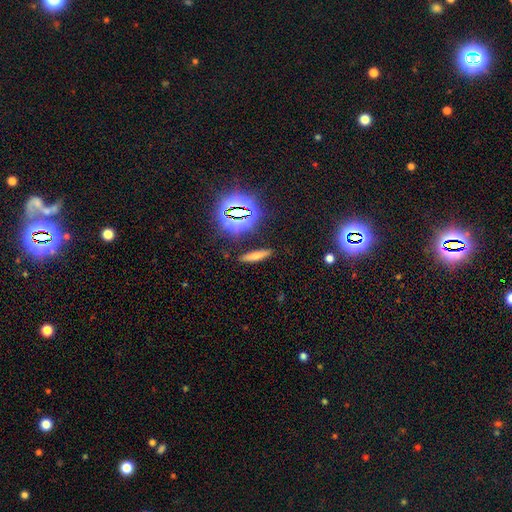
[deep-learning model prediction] Overall: smooth (60%; star or artifact 22%). How rounded: cigar-shaped (79%). Merging: none (86%).